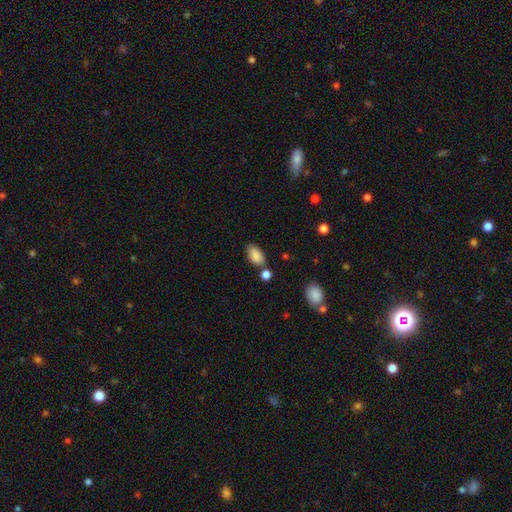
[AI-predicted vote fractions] smooth_or_featured: smooth (p=0.86) [alt: star or artifact p=0.08]
how_rounded: in between (p=0.92) [alt: round p=0.06]
merging: none (p=0.66) [alt: minor disturbance p=0.17]